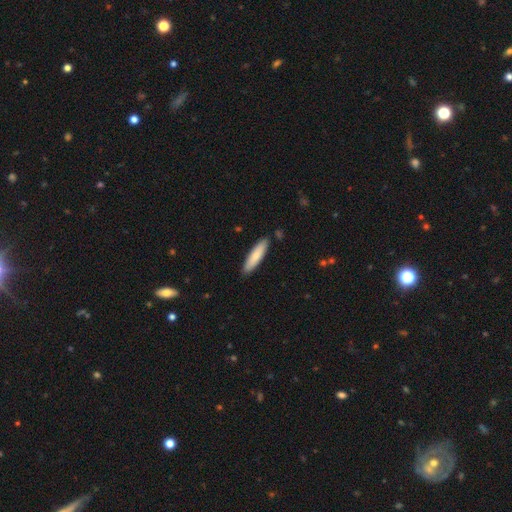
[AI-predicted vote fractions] This is likely a smooth galaxy (80%). How rounded: likely cigar-shaped (73%). Merging: clearly none (88%).